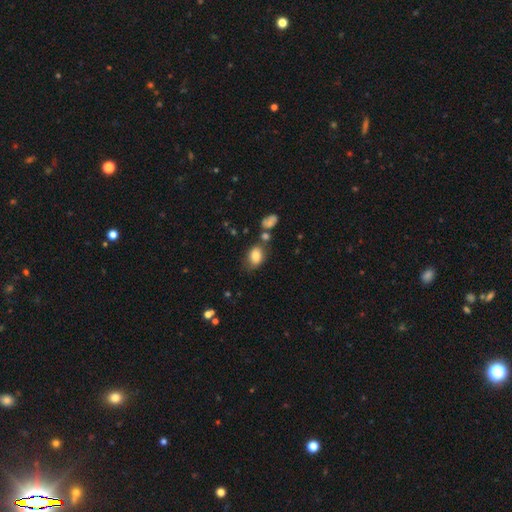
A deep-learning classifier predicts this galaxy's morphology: This is clearly a smooth galaxy (81%). How rounded: likely in between (80%). Merging: possibly none (60%).